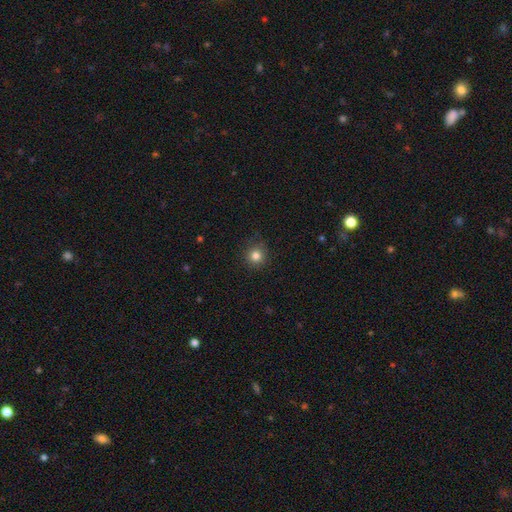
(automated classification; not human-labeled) Smooth or featured: smooth — 82% (star or artifact — 12%)
How rounded: round — 93% (in between — 6%)
Merging: none — 88% (minor disturbance — 9%)